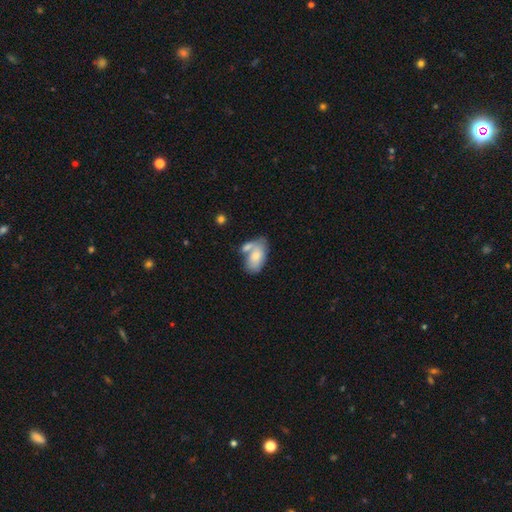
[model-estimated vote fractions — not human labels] The model was most divided on "merging": merger: 42%, none: 34%, minor disturbance: 17%, major disturbance: 7%. More confident: how rounded — in between (93%); smooth or featured — smooth (75%).